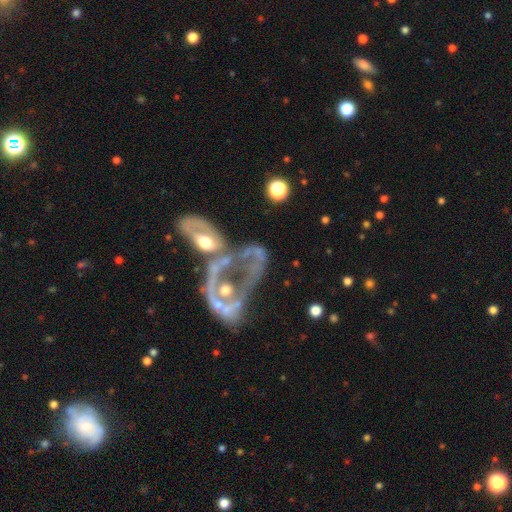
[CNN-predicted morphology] Q: Smooth or featured?
A: featured or disk (64%); runner-up: smooth (24%)
Q: Edge-on disk?
A: no (95%); runner-up: yes (5%)
Q: Bar?
A: no (84%); runner-up: weak (11%)
Q: Spiral arms?
A: no (76%); runner-up: yes (24%)
Q: Bulge size?
A: moderate (41%); runner-up: none (28%)
Q: Merging?
A: merger (50%); runner-up: major disturbance (25%)